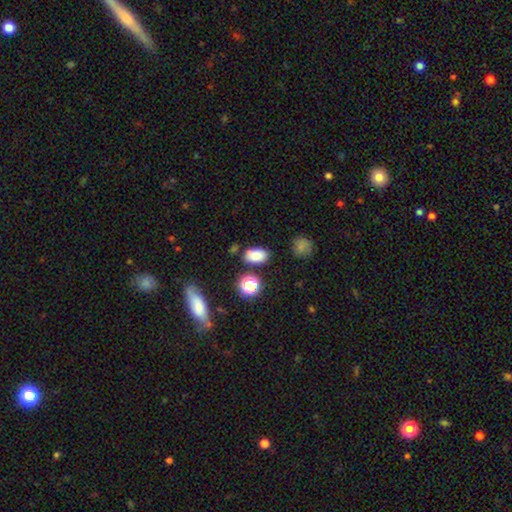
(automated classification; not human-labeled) Smooth or featured?
  - smooth: 80% *
  - star or artifact: 13%
  - featured or disk: 7%
How rounded?
  - in between: 88% *
  - round: 10%
  - cigar-shaped: 2%
Merging?
  - none: 76% *
  - minor disturbance: 14%
  - merger: 7%
  - major disturbance: 4%